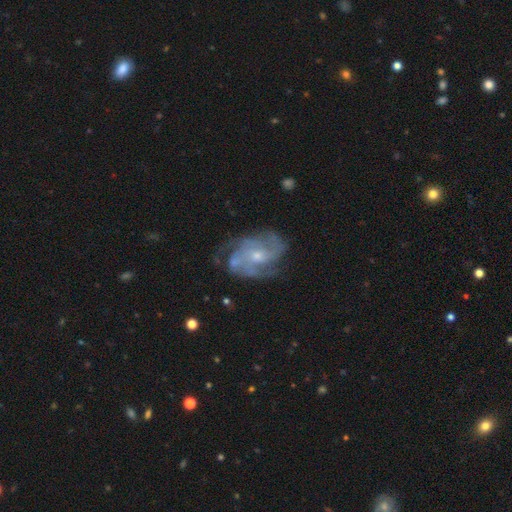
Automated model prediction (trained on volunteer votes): smooth-or-featured: featured or disk: 85% | smooth: 9% | star or artifact: 6%
  disk-edge-on: no: 97% | yes: 3%
    bar: no: 64% | weak: 30% | strong: 6%
    has-spiral-arms: yes: 93% | no: 7%
      spiral-winding: medium: 46% | tight: 38% | loose: 16%
      spiral-arm-count: 3: 31% | 2: 27% | can't tell: 22% | 4: 11% | 1: 5% | more than 4: 5%
    bulge-size: small: 55% | moderate: 40% | none: 2% | large: 2% | dominant: 1%
  merging: none: 63% | minor disturbance: 22% | major disturbance: 12% | merger: 3%